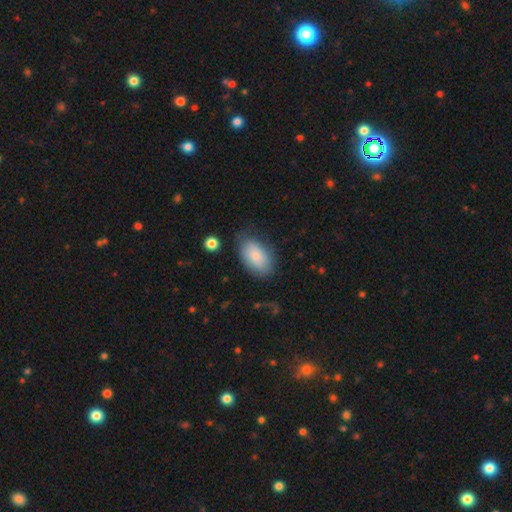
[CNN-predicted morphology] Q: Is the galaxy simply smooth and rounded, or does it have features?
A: smooth — 81%.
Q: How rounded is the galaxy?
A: in between — 93%.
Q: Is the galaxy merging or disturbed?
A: none — 70%.